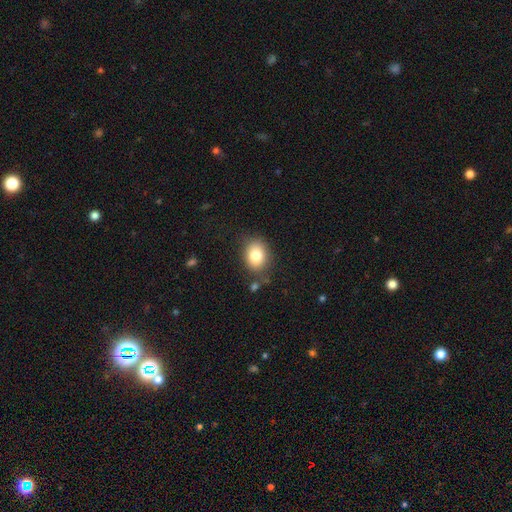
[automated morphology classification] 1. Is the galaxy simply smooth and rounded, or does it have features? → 81% smooth, 10% featured or disk, 9% star or artifact.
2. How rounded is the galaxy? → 57% in between, 42% round, 1% cigar-shaped.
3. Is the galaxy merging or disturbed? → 78% none, 14% minor disturbance, 4% major disturbance, 4% merger.